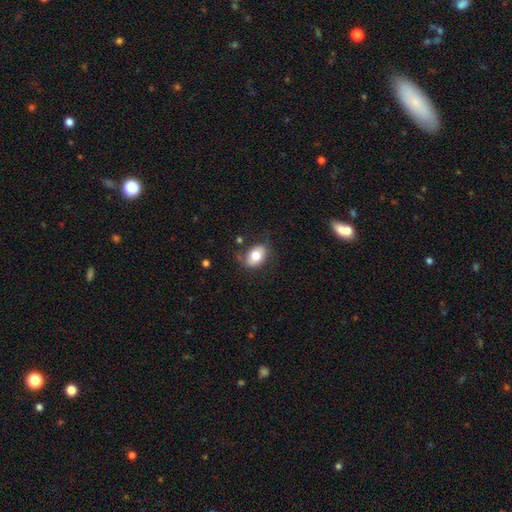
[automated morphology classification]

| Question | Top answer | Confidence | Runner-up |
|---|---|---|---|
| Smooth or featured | smooth | 77% | featured or disk (15%) |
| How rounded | in between | 79% | round (20%) |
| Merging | none | 67% | minor disturbance (23%) |